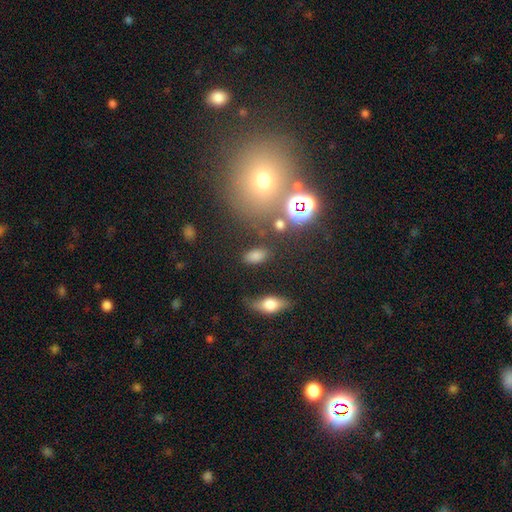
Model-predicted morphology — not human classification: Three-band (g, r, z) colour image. It shows a smooth galaxy with no disk features (75%) that is in between round and cigar-shaped (88%). Merging: none (80%).